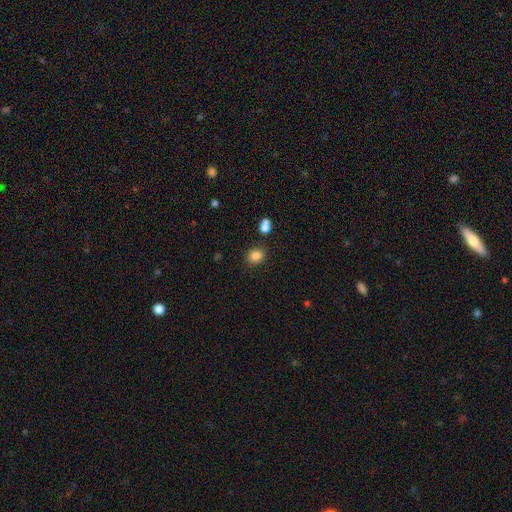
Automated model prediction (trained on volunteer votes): Q: Smooth or featured?
A: smooth (84%); runner-up: star or artifact (11%)
Q: How rounded?
A: round (55%); runner-up: in between (44%)
Q: Merging?
A: none (82%); runner-up: minor disturbance (10%)